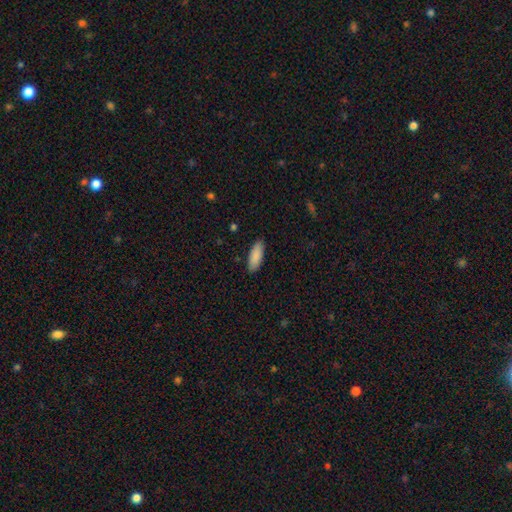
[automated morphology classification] smooth 89%, star or artifact 6%, featured or disk 5%. Down the decision tree: how rounded — in between (71%); merging — none (87%).